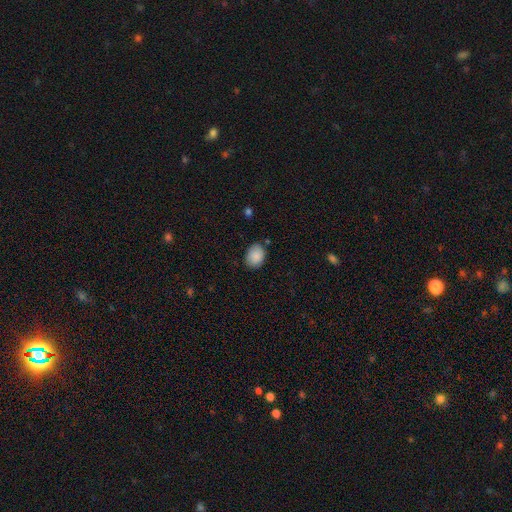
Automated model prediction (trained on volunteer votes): This is clearly a smooth galaxy (88%). How rounded: likely in between (69%). Merging: likely none (78%).